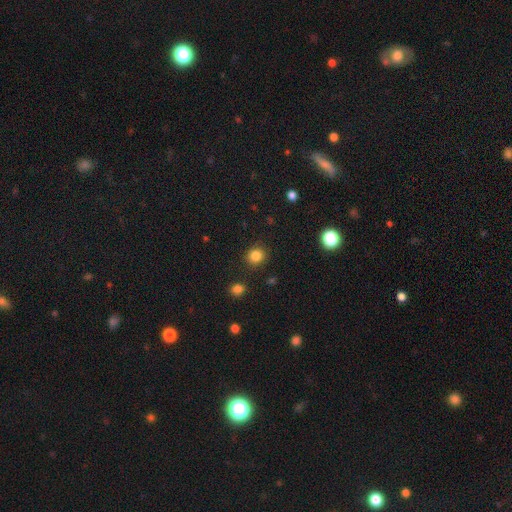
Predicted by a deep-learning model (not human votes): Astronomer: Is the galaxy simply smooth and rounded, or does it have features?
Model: smooth — 84%.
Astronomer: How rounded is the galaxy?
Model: round — 84%.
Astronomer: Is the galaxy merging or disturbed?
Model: none — 89%.